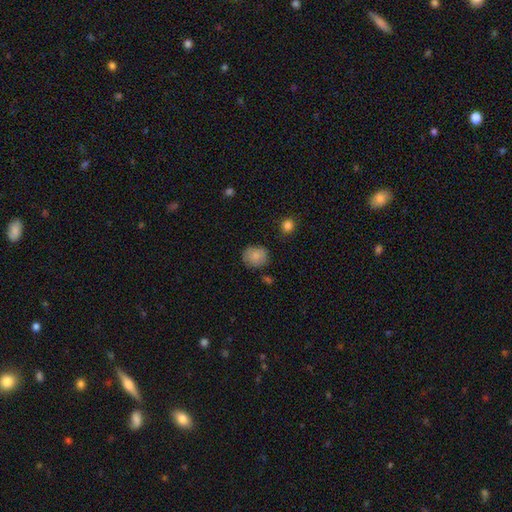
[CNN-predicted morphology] type=smooth (84%); roundness=round (76%); merging=none (79%).